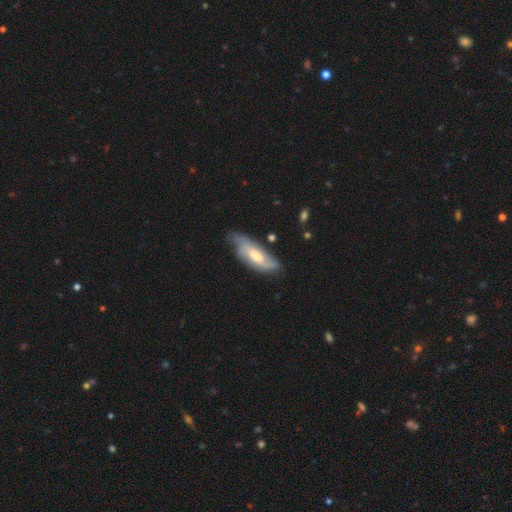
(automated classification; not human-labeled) smooth_or_featured: featured or disk (p=0.69) [alt: smooth p=0.25]
disk_edge_on: no (p=0.86) [alt: yes p=0.14]
bar: no (p=0.48) [alt: weak p=0.41]
has_spiral_arms: yes (p=0.92) [alt: no p=0.08]
spiral_winding: medium (p=0.44) [alt: tight p=0.31]
spiral_arm_count: 2 (p=0.51) [alt: can't tell p=0.24]
bulge_size: moderate (p=0.60) [alt: small p=0.22]
merging: none (p=0.62) [alt: minor disturbance p=0.26]